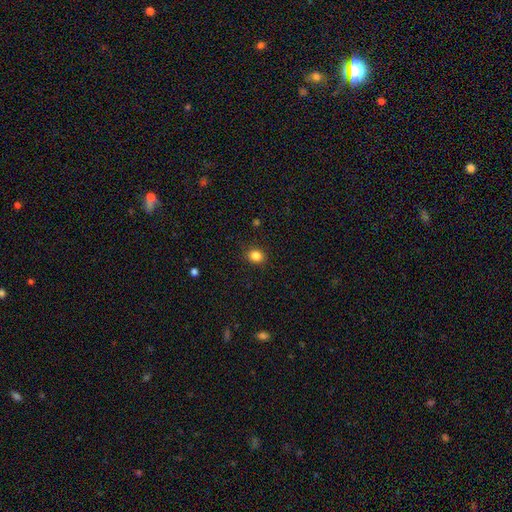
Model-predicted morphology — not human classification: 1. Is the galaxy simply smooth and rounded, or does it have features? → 84% smooth, 11% star or artifact, 4% featured or disk.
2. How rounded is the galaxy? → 69% round, 30% in between, 1% cigar-shaped.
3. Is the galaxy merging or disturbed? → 88% none, 9% minor disturbance, 2% major disturbance, 1% merger.